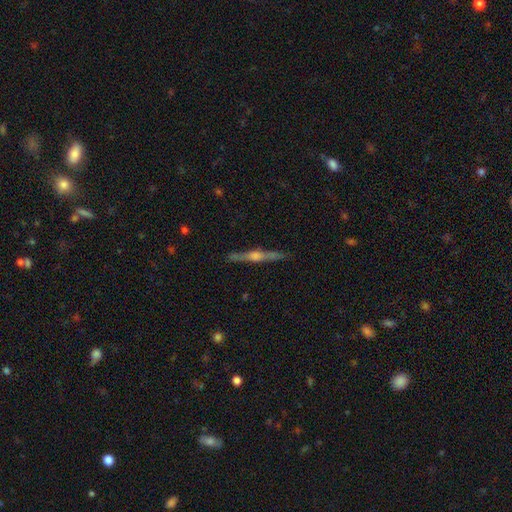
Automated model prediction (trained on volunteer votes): featured or disk 79%, smooth 13%, star or artifact 8%. Down the decision tree: edge-on disk — yes (97%); edge-on bulge — rounded (91%); merging — none (89%).